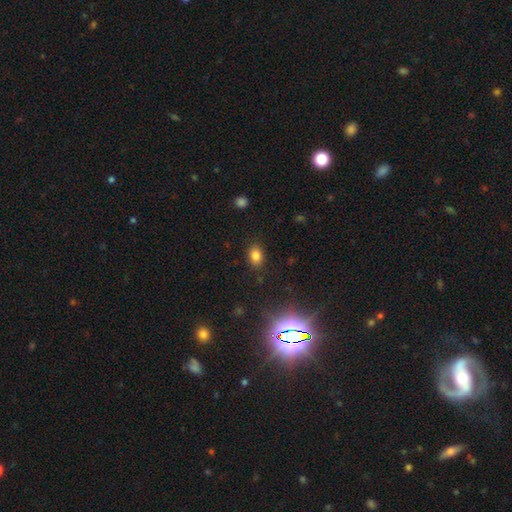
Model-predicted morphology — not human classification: type=smooth (80%); roundness=in between (73%); merging=none (85%).